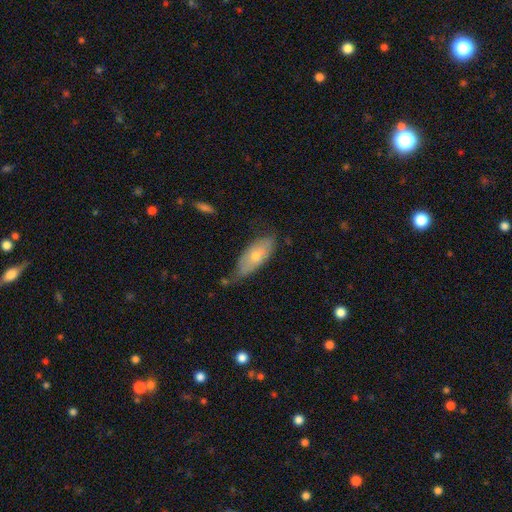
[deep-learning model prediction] Smooth or featured? Predicted: smooth (p=0.58). How rounded? Predicted: in between (p=0.78). Merging? Predicted: none (p=0.53).